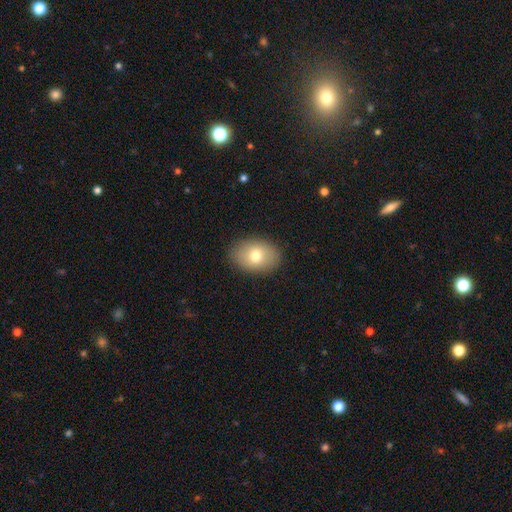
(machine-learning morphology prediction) smooth_or_featured: smooth (p=0.76) [alt: featured or disk p=0.16]
how_rounded: in between (p=0.82) [alt: round p=0.17]
merging: none (p=0.88) [alt: minor disturbance p=0.09]